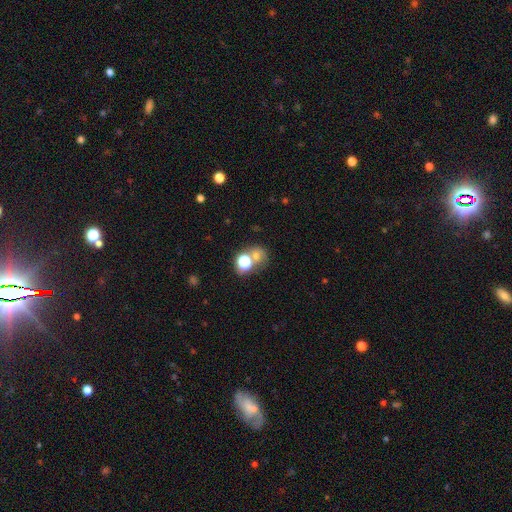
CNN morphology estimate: This appears to be a smooth galaxy with no disk features (54%) that is round (69%). Merging: none (42%).